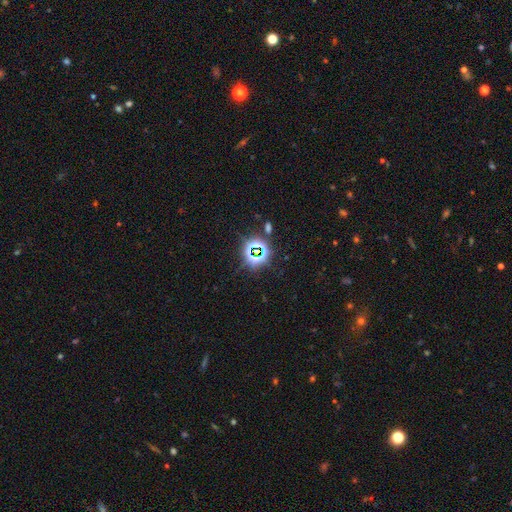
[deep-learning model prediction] Smooth or featured? star or artifact (76%)